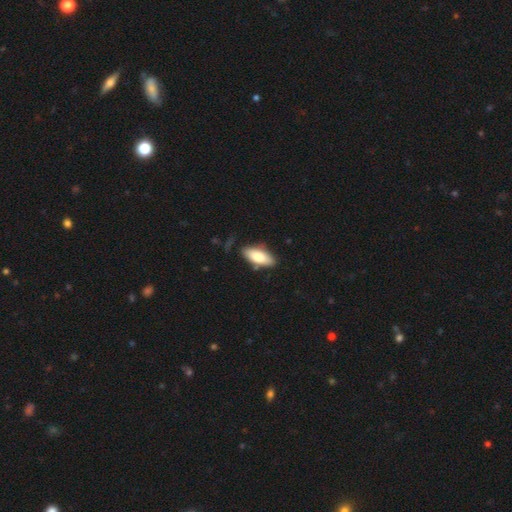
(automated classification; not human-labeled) smooth-or-featured: smooth: 79% | featured or disk: 15% | star or artifact: 6%
  how-rounded: in between: 83% | cigar-shaped: 14% | round: 2%
  merging: none: 78% | minor disturbance: 16% | major disturbance: 3% | merger: 2%